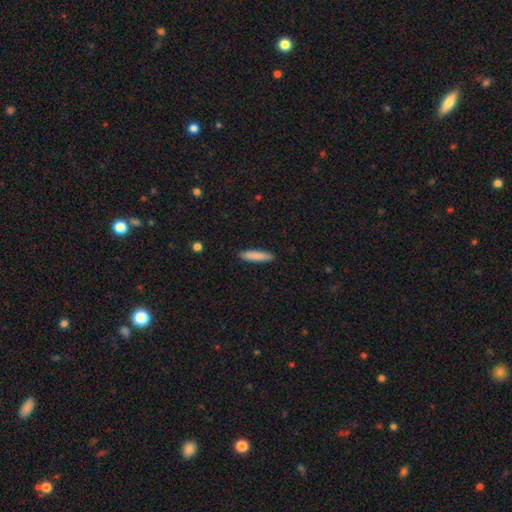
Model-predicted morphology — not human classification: The model was most divided on "how rounded": cigar-shaped: 83%, in between: 16%, round: 1%. More confident: merging — none (90%); smooth or featured — smooth (87%).